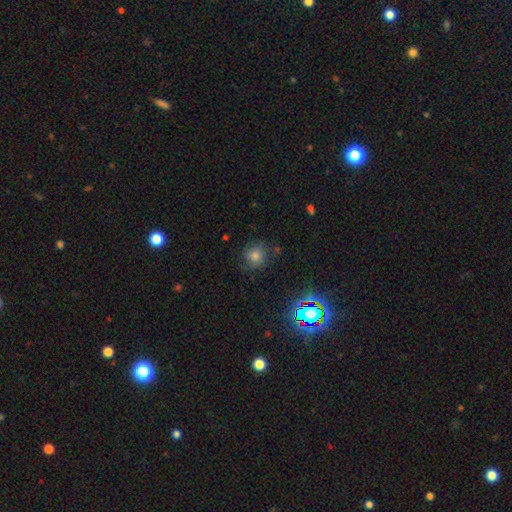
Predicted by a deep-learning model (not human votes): smooth 61%, star or artifact 22%, featured or disk 16%. Down the decision tree: how rounded — round (83%); merging — none (71%).